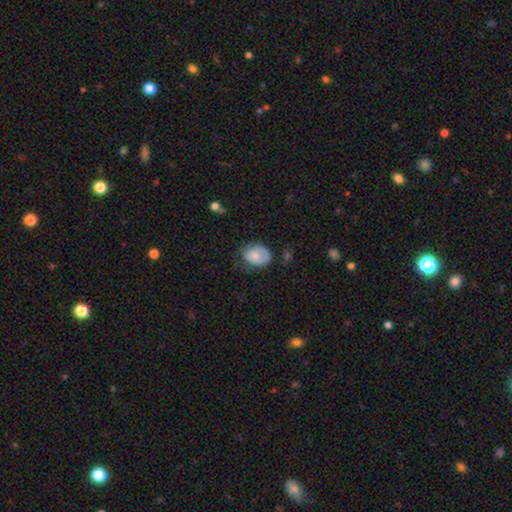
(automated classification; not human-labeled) This is likely a smooth galaxy (74%). How rounded: likely in between (69%). Merging: possibly none (49%).